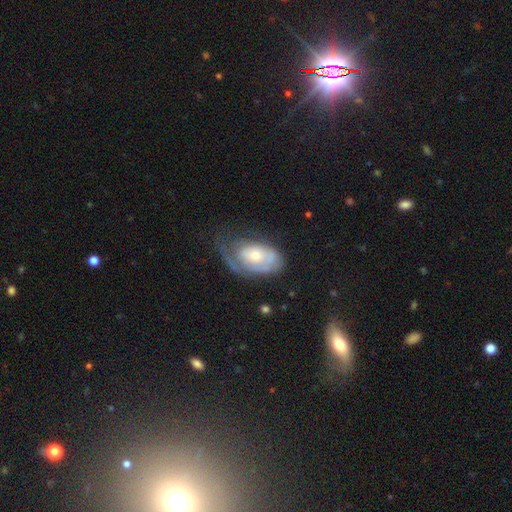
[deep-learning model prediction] A featured or disk galaxy (59%) with no bar (80%), spiral arms (65%) and a moderate central bulge (48%).

Vote fractions:
- Smooth or featured? featured or disk: 59% / smooth: 35% / star or artifact: 6%
- Edge-on disk? no: 94% / yes: 6%
- Bar? no: 80% / weak: 17% / strong: 3%
- Spiral arms? yes: 65% / no: 35%
- Bulge size? moderate: 48% / small: 40% / large: 8% / none: 2% / dominant: 2%
- Merging? none: 37% / major disturbance: 31% / minor disturbance: 30% / merger: 2%